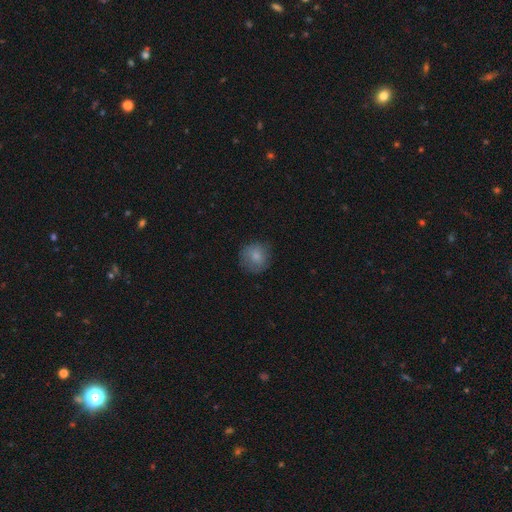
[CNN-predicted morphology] A smooth galaxy with no disk features (81%) that is round (88%). Merging: none (76%).